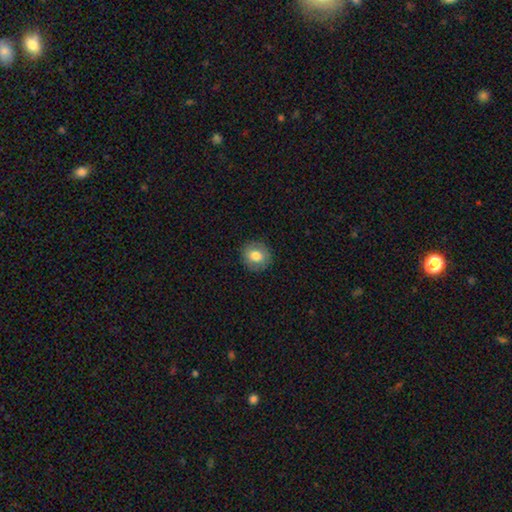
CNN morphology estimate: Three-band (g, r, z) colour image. It shows a smooth galaxy with no disk features (77%) that is round (85%). Merging: none (89%).